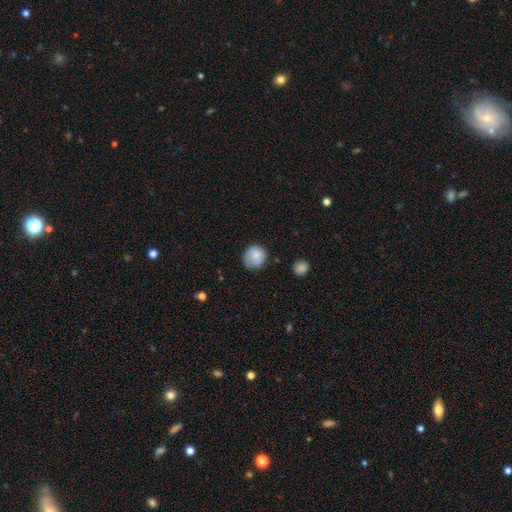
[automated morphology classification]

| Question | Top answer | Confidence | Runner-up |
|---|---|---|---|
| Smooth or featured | smooth | 80% | featured or disk (12%) |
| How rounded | round | 88% | in between (11%) |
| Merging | none | 67% | minor disturbance (25%) |